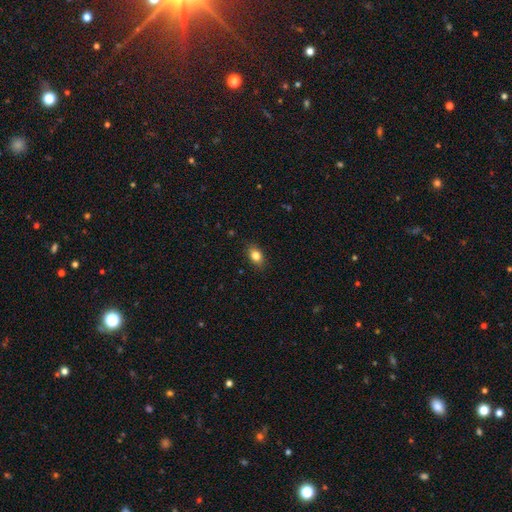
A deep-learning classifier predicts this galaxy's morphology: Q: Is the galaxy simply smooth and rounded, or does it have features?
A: smooth — 83%.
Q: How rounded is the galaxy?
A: in between — 80%.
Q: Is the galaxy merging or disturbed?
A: none — 86%.